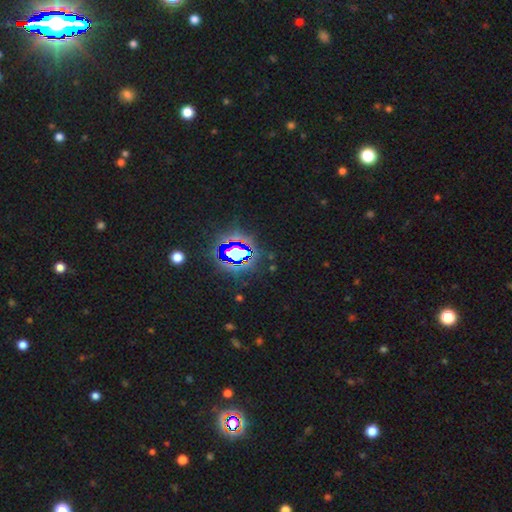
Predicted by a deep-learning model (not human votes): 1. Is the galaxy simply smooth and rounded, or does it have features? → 80% star or artifact, 12% smooth, 8% featured or disk.